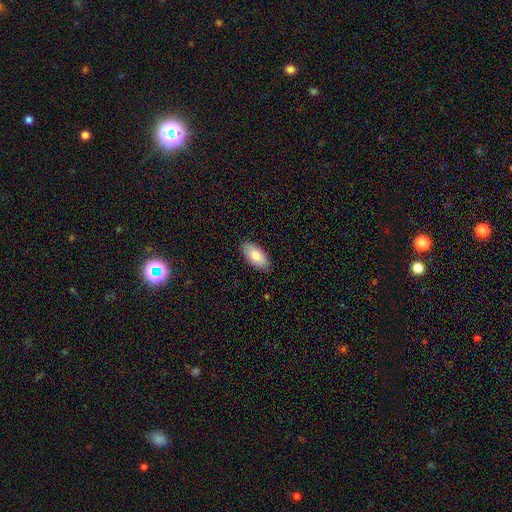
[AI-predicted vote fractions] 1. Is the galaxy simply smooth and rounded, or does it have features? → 81% smooth, 13% featured or disk, 6% star or artifact.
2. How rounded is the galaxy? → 94% in between, 4% cigar-shaped, 2% round.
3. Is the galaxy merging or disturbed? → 87% none, 10% minor disturbance, 2% major disturbance, 1% merger.